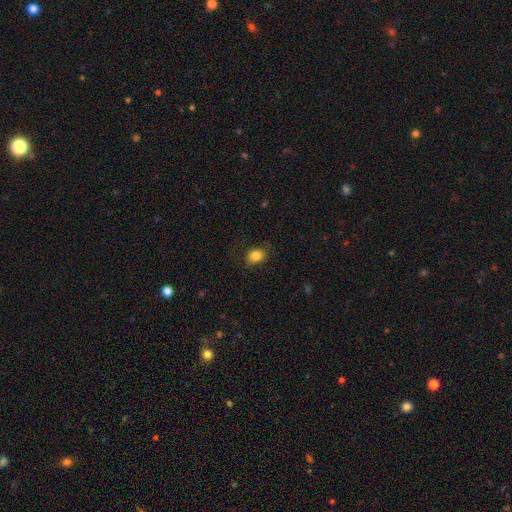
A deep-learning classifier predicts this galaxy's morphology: The model was most divided on "how rounded": in between: 51%, round: 48%, cigar-shaped: 1%. More confident: smooth or featured — smooth (84%); merging — none (80%).